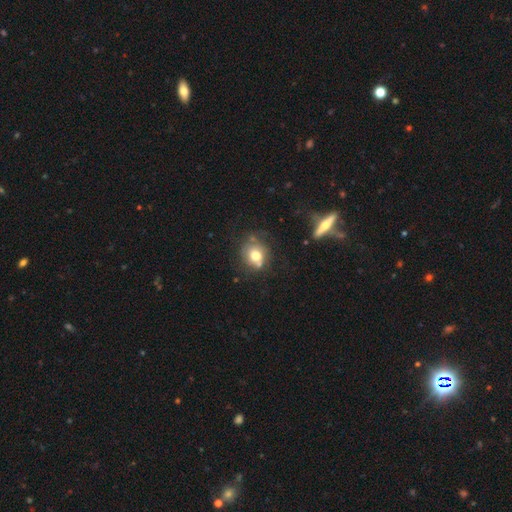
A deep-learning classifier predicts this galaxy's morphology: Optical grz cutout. It shows a smooth galaxy with no disk features (70%) that is round (75%). Merging: none (59%).